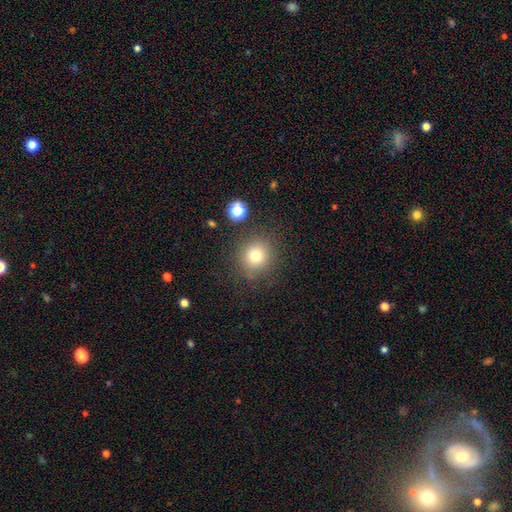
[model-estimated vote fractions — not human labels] A smooth galaxy with no disk features (77%) that is round (88%). Merging: none (82%).